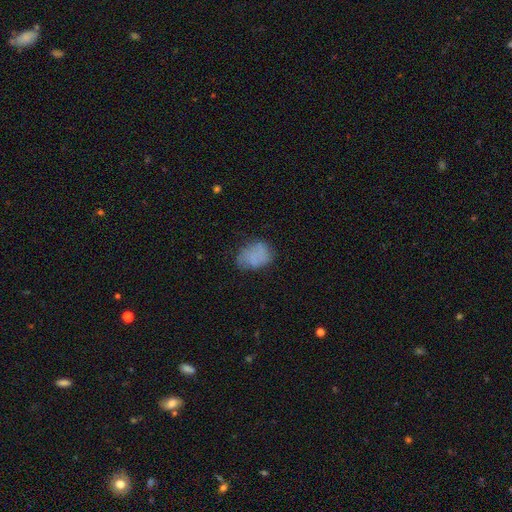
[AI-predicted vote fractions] Overall: smooth (73%). How rounded: in between (75%). Merging: none (57%; minor disturbance 30%).